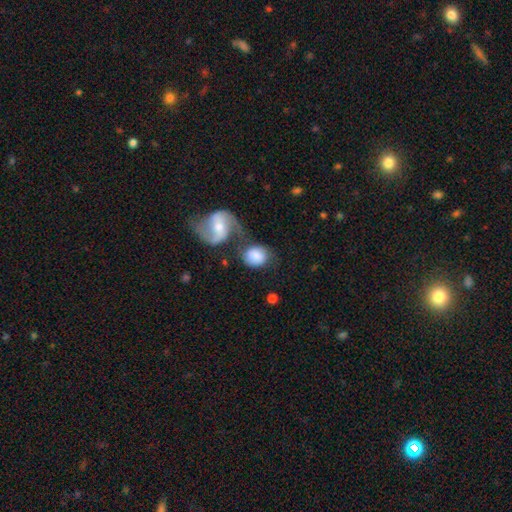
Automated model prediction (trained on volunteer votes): This appears to be a smooth galaxy with no disk features (68%) that is round (64%). Merging: none (41%).